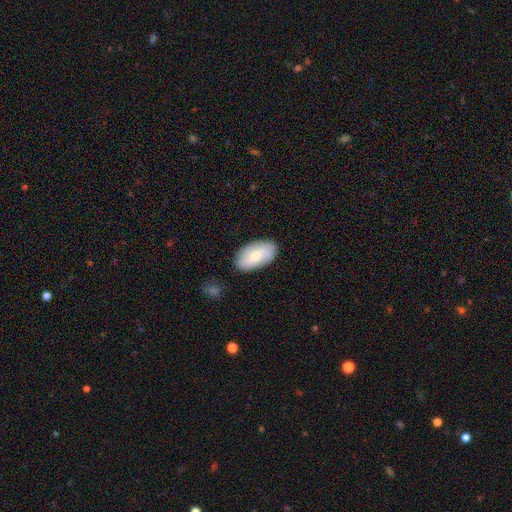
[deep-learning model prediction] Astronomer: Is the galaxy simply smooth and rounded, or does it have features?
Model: smooth — 61%.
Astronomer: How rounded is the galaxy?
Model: in between — 93%.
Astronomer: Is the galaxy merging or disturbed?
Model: none — 83%.